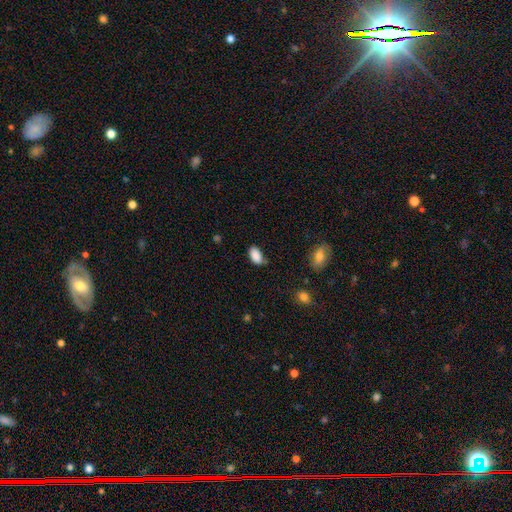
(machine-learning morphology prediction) A smooth galaxy with no disk features (88%) that is in between round and cigar-shaped (93%).

Vote fractions:
- Smooth or featured? smooth: 88% / star or artifact: 8% / featured or disk: 4%
- How rounded? in between: 93% / round: 5% / cigar-shaped: 2%
- Merging? none: 64% / minor disturbance: 28% / major disturbance: 5% / merger: 3%